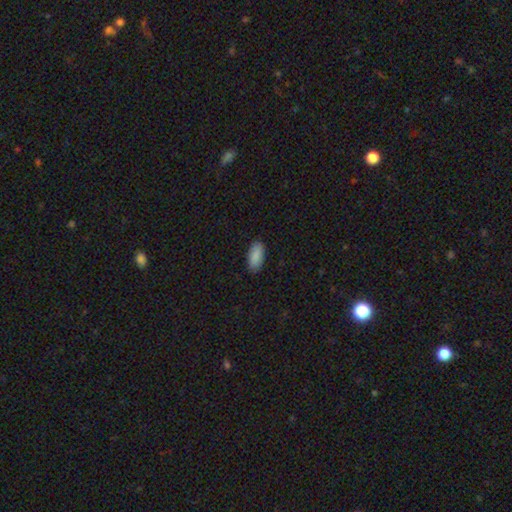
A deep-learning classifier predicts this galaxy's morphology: Smooth or featured?
  - smooth: 90% *
  - star or artifact: 6%
  - featured or disk: 4%
How rounded?
  - in between: 91% *
  - cigar-shaped: 7%
  - round: 2%
Merging?
  - none: 88% *
  - minor disturbance: 9%
  - major disturbance: 2%
  - merger: 1%